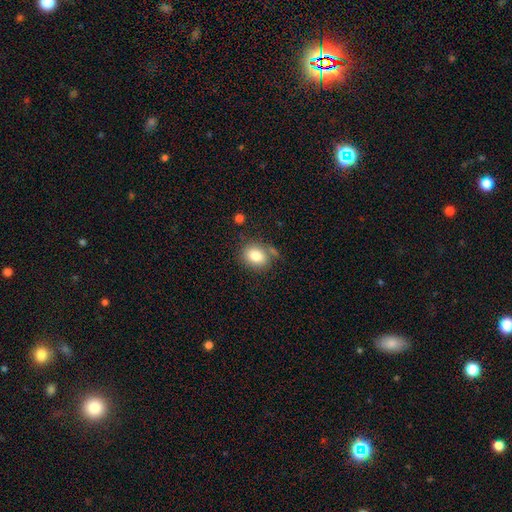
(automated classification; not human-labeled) Morphology: type=smooth (81%); roundness=in between (53%); merging=none (68%).